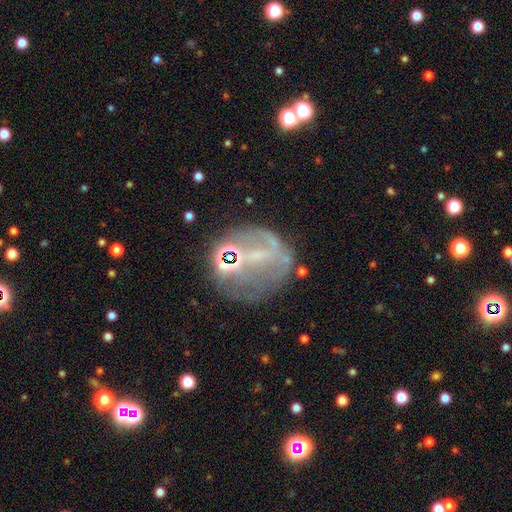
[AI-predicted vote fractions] Smooth or featured? featured or disk (54%)
Edge-on disk? no (95%)
Bar? no (46%)
Spiral arms? no (74%)
Bulge size? none (51%)
Merging? none (48%)